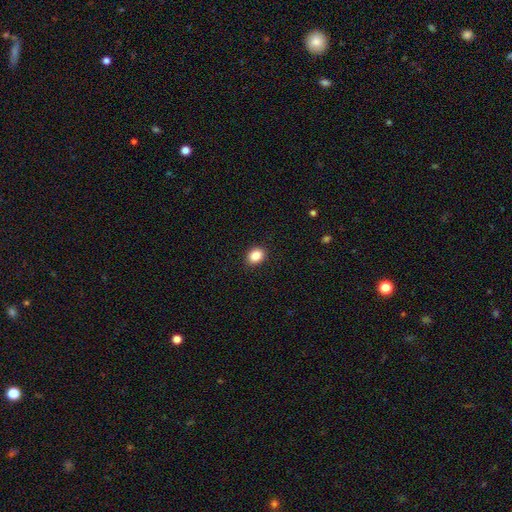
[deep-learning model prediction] smooth 87%, star or artifact 9%, featured or disk 4%. Down the decision tree: how rounded — in between (57%); merging — none (90%).